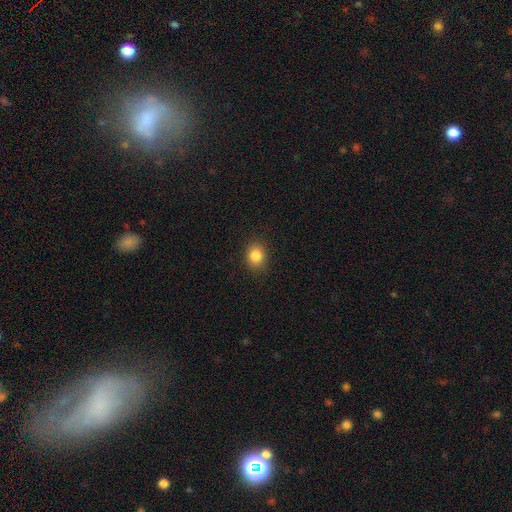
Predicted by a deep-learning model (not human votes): smooth 85%, star or artifact 10%, featured or disk 5%. Down the decision tree: how rounded — round (59%); merging — none (88%).